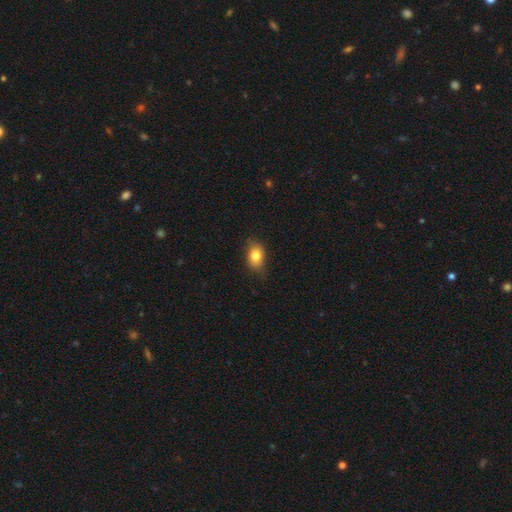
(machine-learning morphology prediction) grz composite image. It shows a smooth galaxy with no disk features (82%) that is in between round and cigar-shaped (78%). Merging: none (75%).